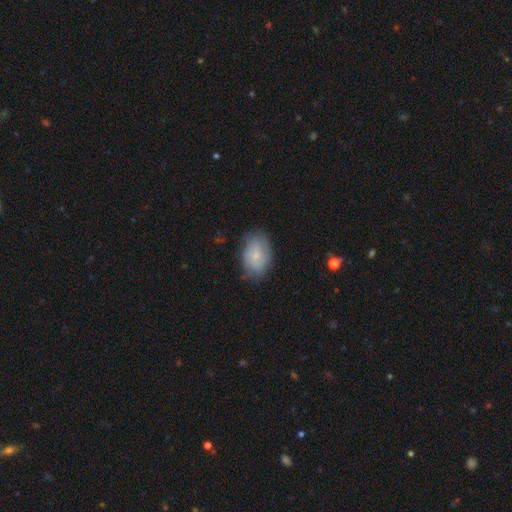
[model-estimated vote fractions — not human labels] The model was most divided on "smooth or featured": smooth: 67%, featured or disk: 25%, star or artifact: 8%. More confident: how rounded — in between (87%); merging — none (73%).